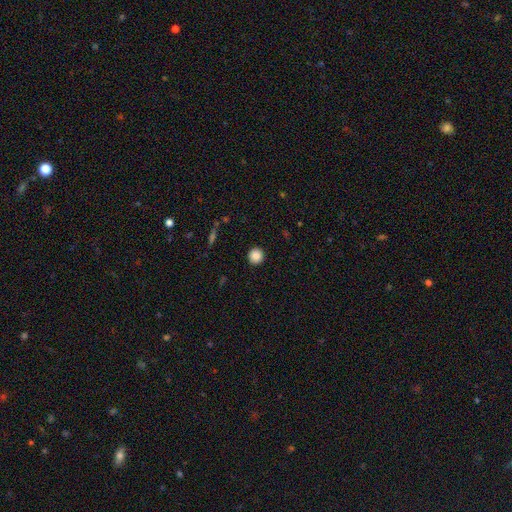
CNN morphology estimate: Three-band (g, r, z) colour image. It shows a smooth galaxy with no disk features (88%) that is round (94%). Merging: none (92%).